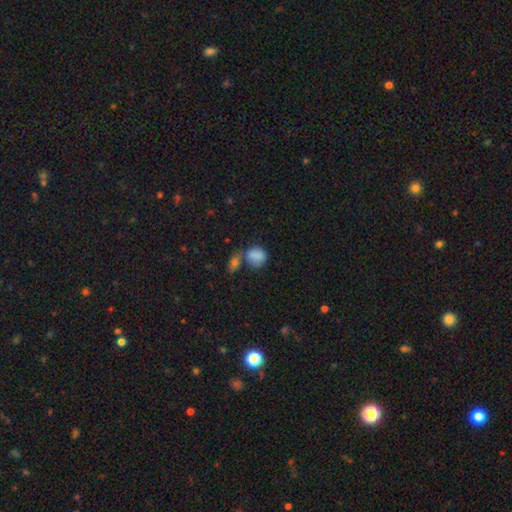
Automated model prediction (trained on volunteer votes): Smooth or featured: smooth — 84% (star or artifact — 9%)
How rounded: in between — 51% (round — 48%)
Merging: none — 41% (merger — 33%)